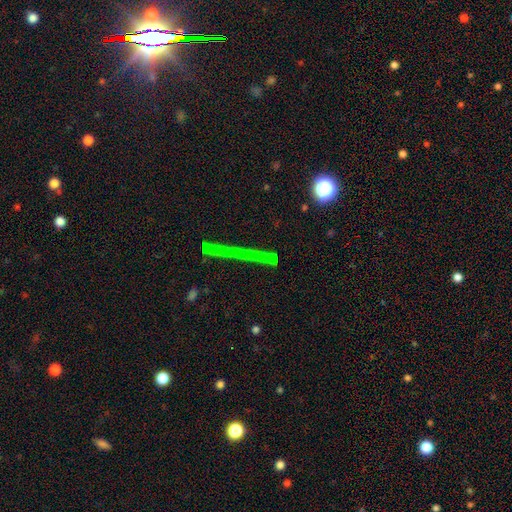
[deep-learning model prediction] Morphology: type=star or artifact (74%).